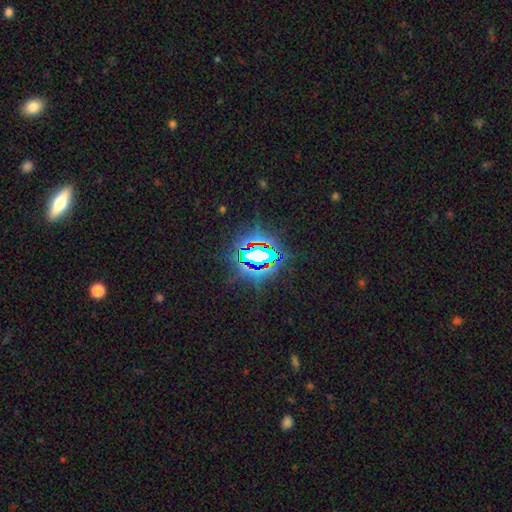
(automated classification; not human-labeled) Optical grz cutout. It shows a star or artifact, not a galaxy (77%).